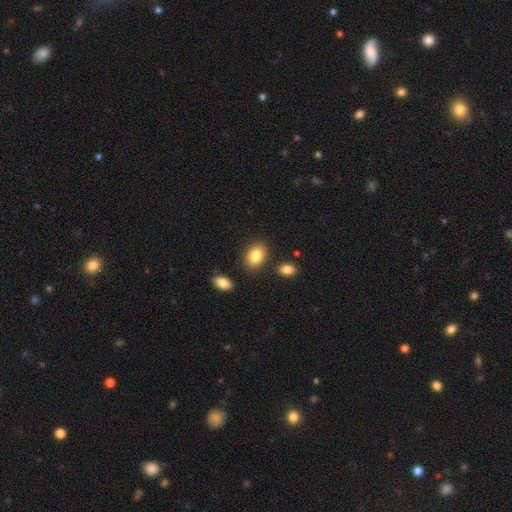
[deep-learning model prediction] Smooth or featured? Predicted: smooth (p=0.85). How rounded? Predicted: in between (p=0.73). Merging? Predicted: none (p=0.82).